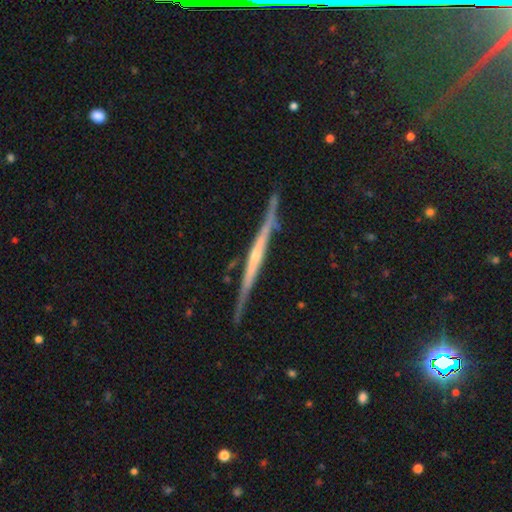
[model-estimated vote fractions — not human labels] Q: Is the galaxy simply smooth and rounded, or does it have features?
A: featured or disk — 78%.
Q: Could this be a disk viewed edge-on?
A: yes — 98%.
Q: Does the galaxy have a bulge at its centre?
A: none — 51%.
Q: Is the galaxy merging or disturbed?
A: none — 84%.